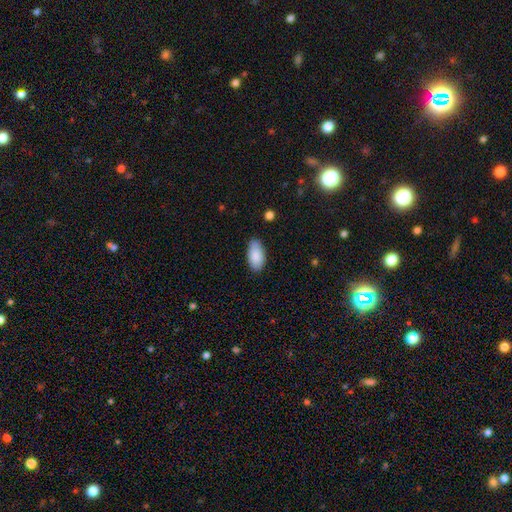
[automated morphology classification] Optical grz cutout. It shows a smooth galaxy with no disk features (88%) that is in between round and cigar-shaped (95%). Merging: none (82%).